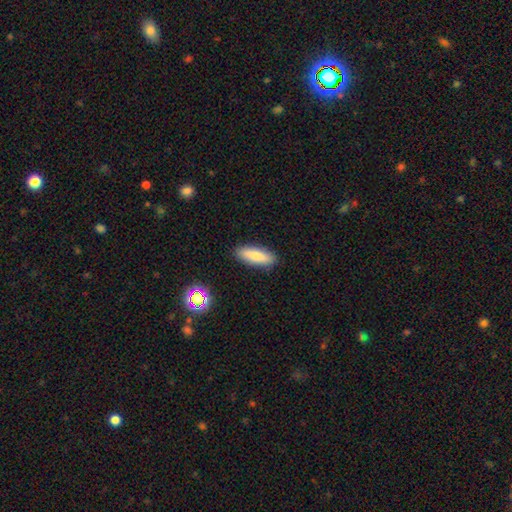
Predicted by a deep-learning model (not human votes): smooth-or-featured: smooth: 80% | featured or disk: 13% | star or artifact: 7%
  how-rounded: in between: 54% | cigar-shaped: 44% | round: 2%
  merging: none: 89% | minor disturbance: 8% | major disturbance: 2% | merger: 1%